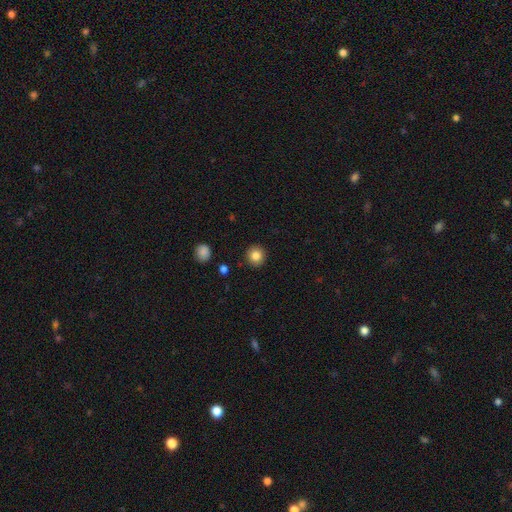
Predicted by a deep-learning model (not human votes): Smooth or featured? smooth (85%)
How rounded? round (94%)
Merging? none (92%)